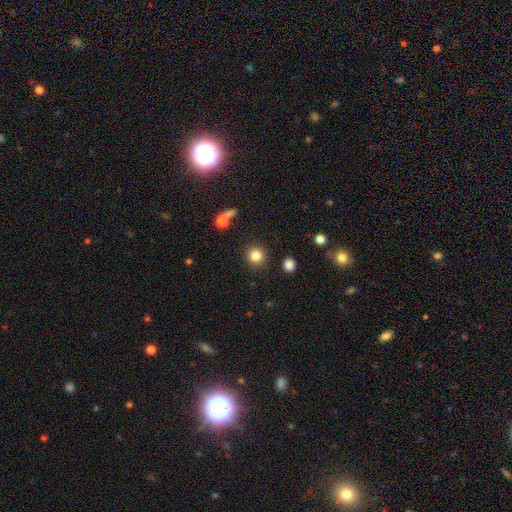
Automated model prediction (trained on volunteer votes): A smooth galaxy with no disk features (83%) that is round (93%).

Vote fractions:
- Smooth or featured? smooth: 83% / star or artifact: 11% / featured or disk: 6%
- How rounded? round: 93% / in between: 6% / cigar-shaped: 1%
- Merging? none: 88% / minor disturbance: 6% / merger: 3% / major disturbance: 3%